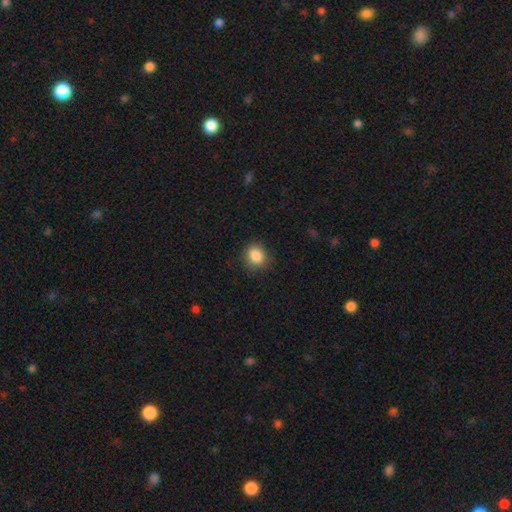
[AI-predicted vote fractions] Morphology: type=smooth (86%); roundness=round (77%); merging=none (83%).